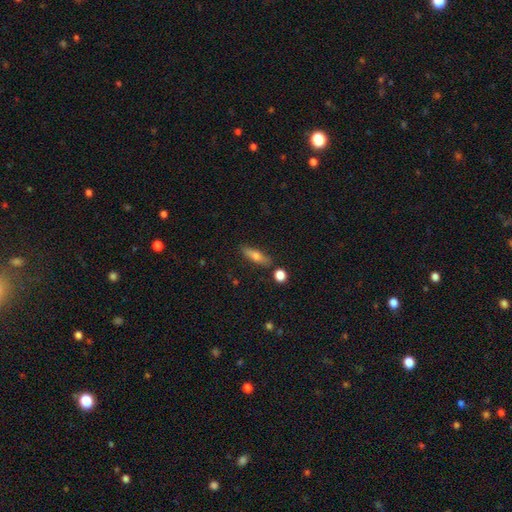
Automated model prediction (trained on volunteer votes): This is likely a smooth galaxy (62%). How rounded: likely cigar-shaped (60%). Merging: clearly none (82%).